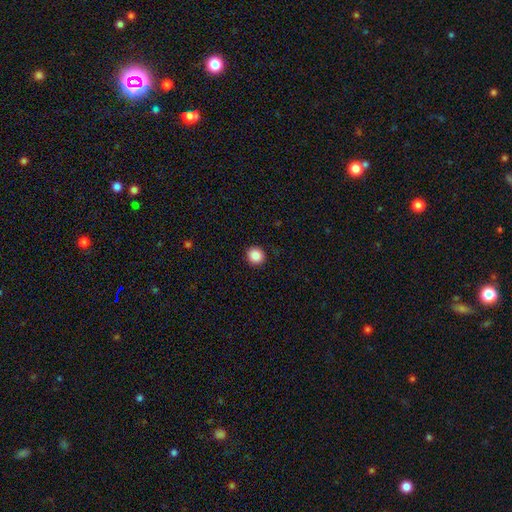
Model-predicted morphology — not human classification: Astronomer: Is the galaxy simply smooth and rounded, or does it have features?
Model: smooth — 87%.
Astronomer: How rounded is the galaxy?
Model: round — 91%.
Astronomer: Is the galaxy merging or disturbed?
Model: none — 92%.